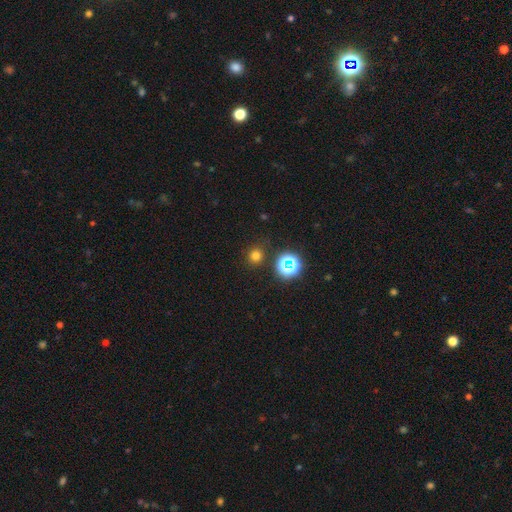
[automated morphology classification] A smooth galaxy with no disk features (71%) that is round (90%).

Vote fractions:
- Smooth or featured? smooth: 71% / star or artifact: 23% / featured or disk: 6%
- How rounded? round: 90% / in between: 9% / cigar-shaped: 1%
- Merging? none: 87% / minor disturbance: 7% / major disturbance: 3% / merger: 3%